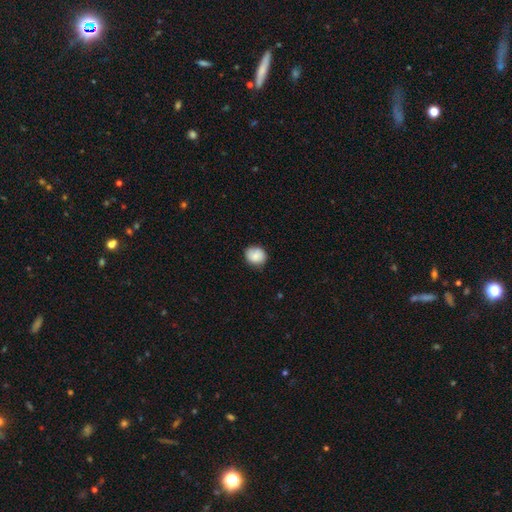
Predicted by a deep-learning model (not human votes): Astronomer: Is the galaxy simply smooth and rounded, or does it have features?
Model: smooth — 84%.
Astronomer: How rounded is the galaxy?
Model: round — 74%.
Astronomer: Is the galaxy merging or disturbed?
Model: none — 79%.